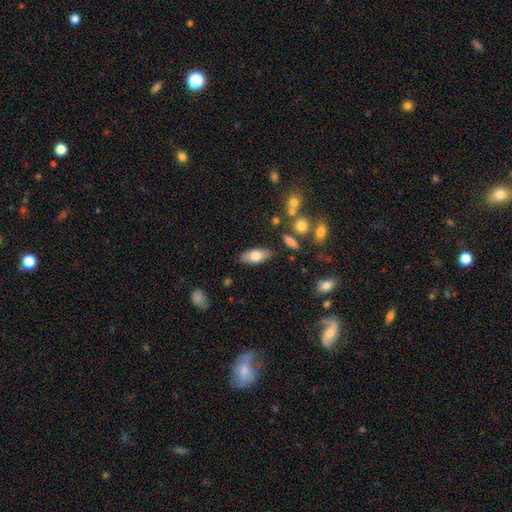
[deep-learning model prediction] A smooth galaxy with no disk features (71%) that is in between round and cigar-shaped (85%). Merging: none (83%).